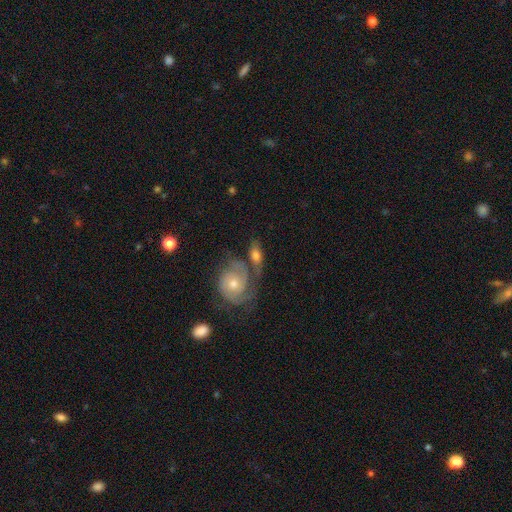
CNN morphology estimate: type=featured or disk (54%); edge-on=no (92%); merging=merger (41%).